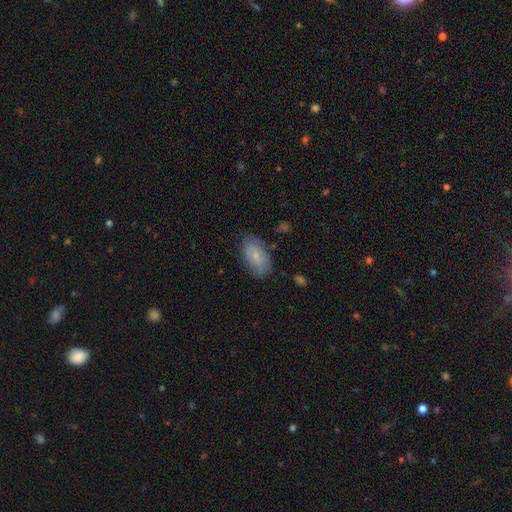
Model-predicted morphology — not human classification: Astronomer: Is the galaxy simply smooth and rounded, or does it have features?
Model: smooth — 67%.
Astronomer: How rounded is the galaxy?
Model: in between — 92%.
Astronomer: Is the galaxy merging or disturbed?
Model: none — 73%.